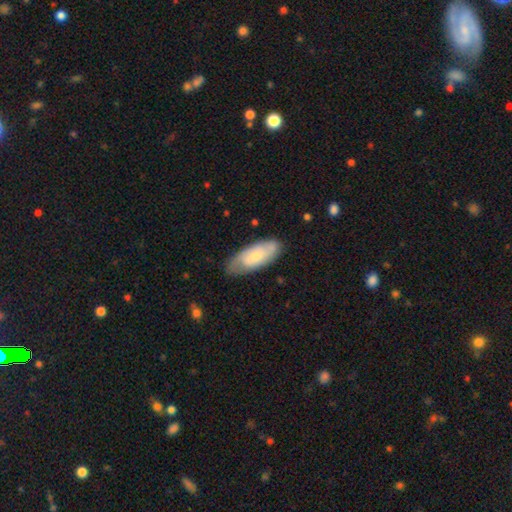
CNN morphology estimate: Smooth or featured? Predicted: smooth (p=0.58). How rounded? Predicted: in between (p=0.81). Merging? Predicted: none (p=0.71).